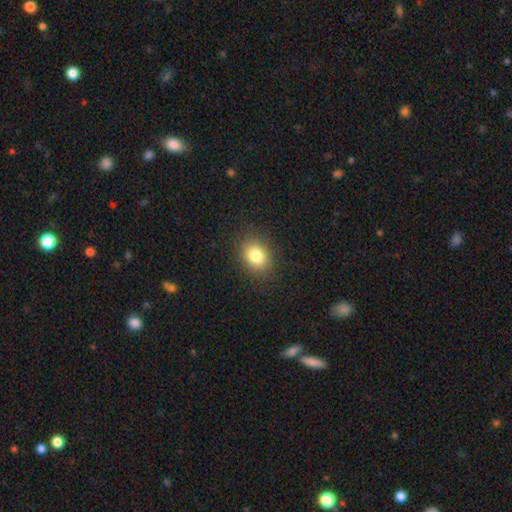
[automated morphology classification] Q: Smooth or featured?
A: smooth (81%); runner-up: star or artifact (11%)
Q: How rounded?
A: in between (57%); runner-up: round (42%)
Q: Merging?
A: none (87%); runner-up: minor disturbance (9%)